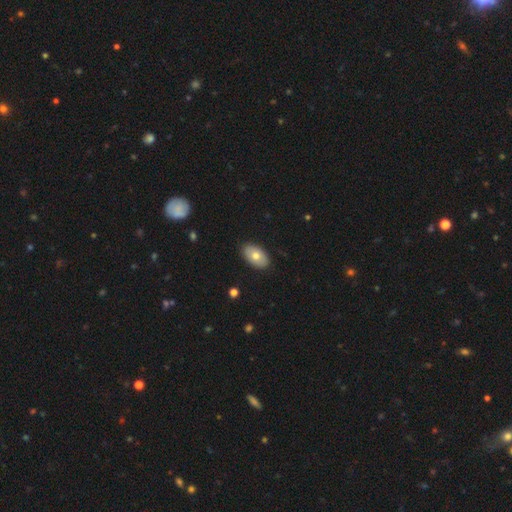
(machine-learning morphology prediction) Smooth or featured: smooth — 72% (featured or disk — 21%)
How rounded: in between — 94% (round — 5%)
Merging: none — 88% (minor disturbance — 9%)